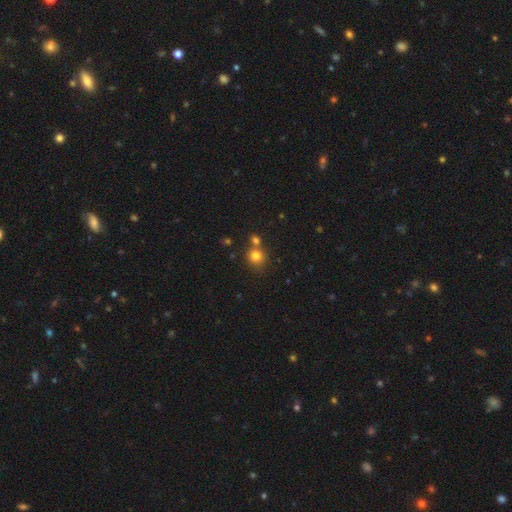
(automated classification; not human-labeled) smooth-or-featured: smooth: 79% | star or artifact: 14% | featured or disk: 7%
  how-rounded: round: 89% | in between: 11% | cigar-shaped: 1%
  merging: none: 63% | merger: 26% | minor disturbance: 8% | major disturbance: 3%